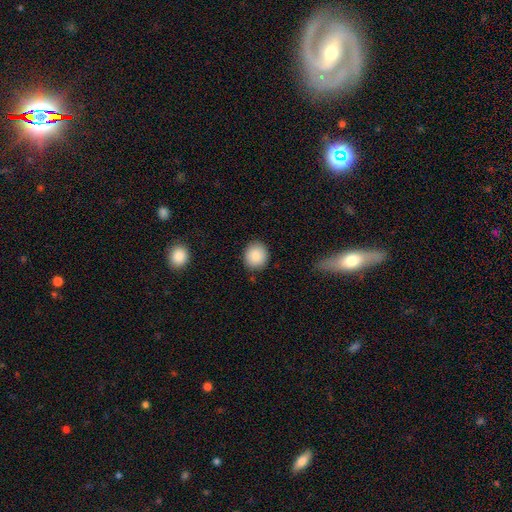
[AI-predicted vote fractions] Smooth or featured: smooth — 88% (star or artifact — 8%)
How rounded: round — 82% (in between — 17%)
Merging: none — 88% (minor disturbance — 8%)